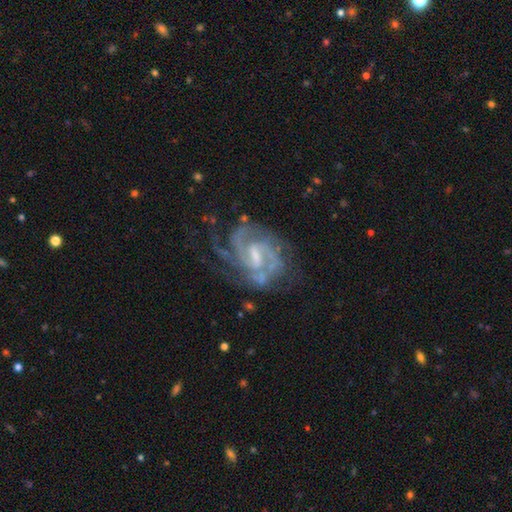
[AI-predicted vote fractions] Morphology: type=featured or disk (91%); edge-on=no (98%); bar=weak (59%); spiral arms=yes (98%); winding=tight (47%); arm count=2 (41%); bulge=small (46%); merging=none (64%).